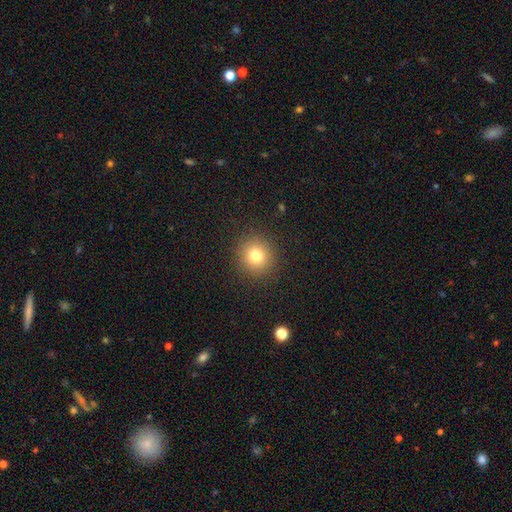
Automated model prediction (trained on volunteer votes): Smooth or featured: smooth — 79% (star or artifact — 13%)
How rounded: round — 91% (in between — 8%)
Merging: none — 90% (minor disturbance — 6%)